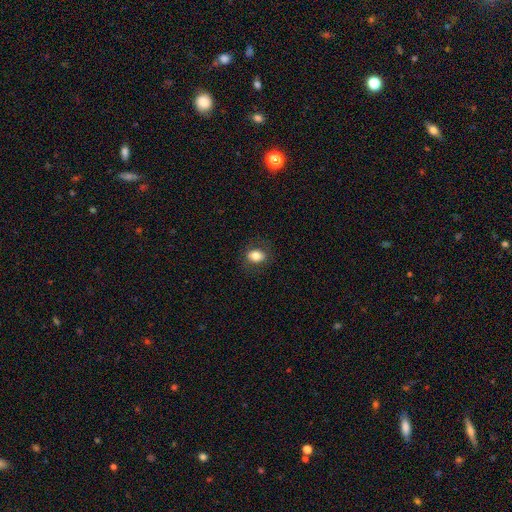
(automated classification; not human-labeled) Smooth or featured: smooth — 78% (featured or disk — 12%)
How rounded: in between — 69% (round — 30%)
Merging: none — 82% (minor disturbance — 12%)